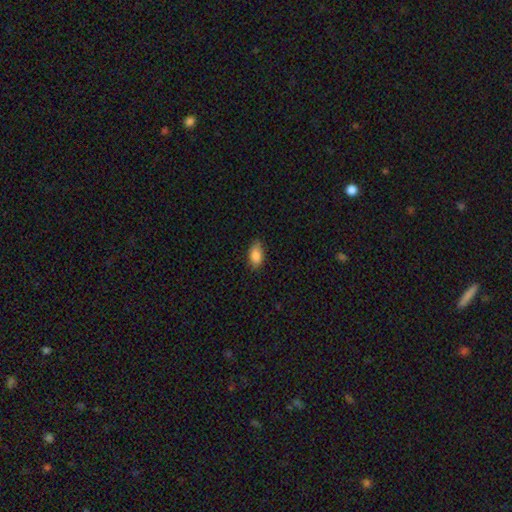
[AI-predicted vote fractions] Overall: smooth (86%). How rounded: in between (91%). Merging: none (80%).